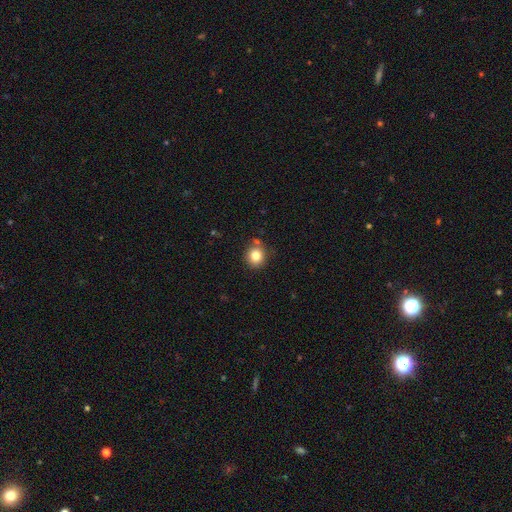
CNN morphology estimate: This is clearly a smooth galaxy (82%). How rounded: clearly round (86%). Merging: likely none (79%).